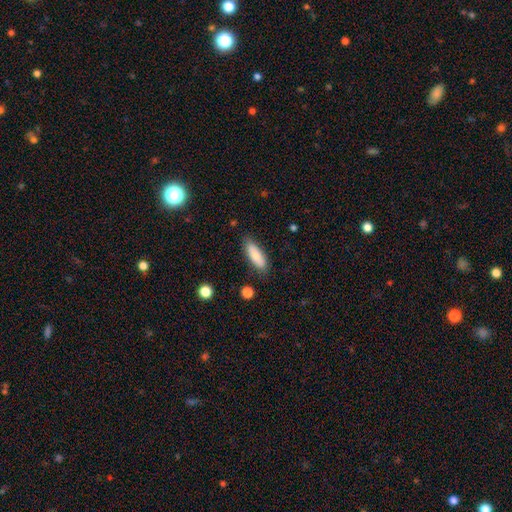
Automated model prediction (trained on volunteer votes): Smooth or featured? smooth (80%)
How rounded? in between (63%)
Merging? none (81%)